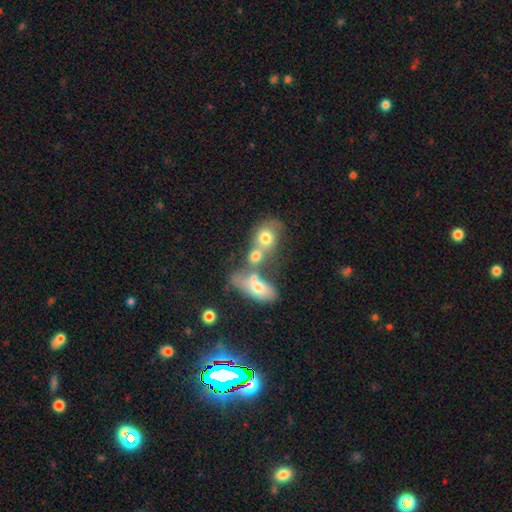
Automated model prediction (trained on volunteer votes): smooth_or_featured: smooth (p=0.65) [alt: featured or disk p=0.24]
how_rounded: in between (p=0.55) [alt: round p=0.41]
merging: merger (p=0.64) [alt: none p=0.21]